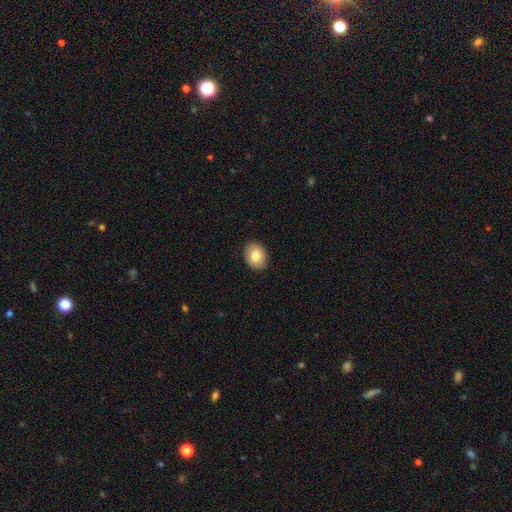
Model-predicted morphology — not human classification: This appears to be a smooth galaxy with no disk features (81%) that is in between round and cigar-shaped (59%). Merging: none (90%).